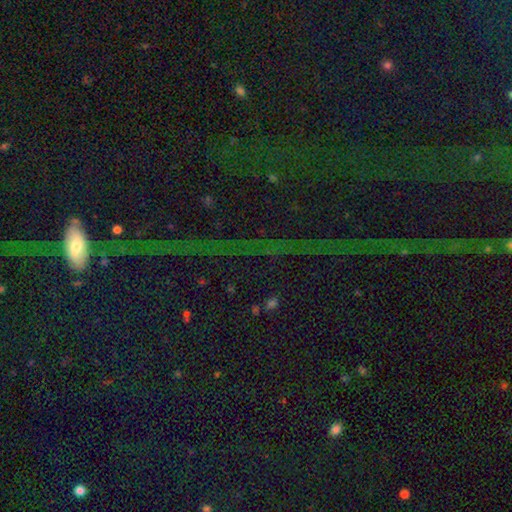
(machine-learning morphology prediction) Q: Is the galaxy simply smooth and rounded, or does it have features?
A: star or artifact — 75%.